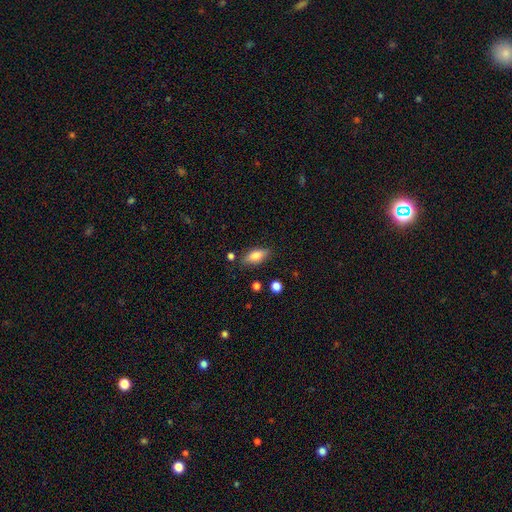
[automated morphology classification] Smooth or featured: smooth — 77% (featured or disk — 16%)
How rounded: in between — 81% (cigar-shaped — 15%)
Merging: none — 81% (minor disturbance — 13%)